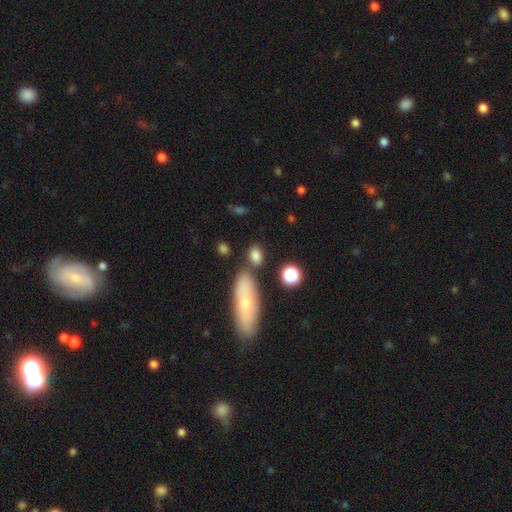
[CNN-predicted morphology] Q: Smooth or featured?
A: smooth (80%); runner-up: star or artifact (11%)
Q: How rounded?
A: in between (69%); runner-up: round (25%)
Q: Merging?
A: none (67%); runner-up: merger (15%)